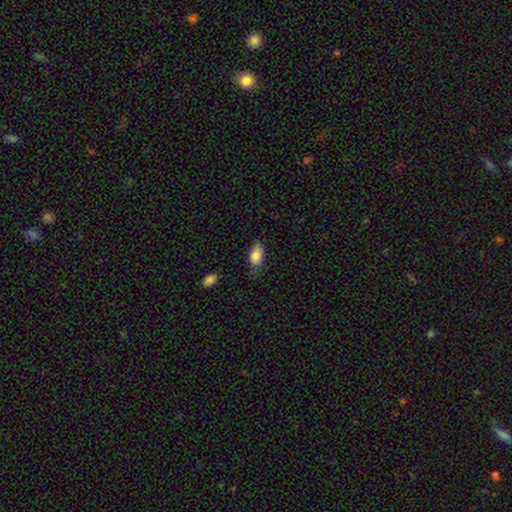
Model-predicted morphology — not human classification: smooth-or-featured: smooth: 85% | featured or disk: 8% | star or artifact: 7%
  how-rounded: in between: 91% | round: 5% | cigar-shaped: 4%
  merging: none: 65% | minor disturbance: 27% | major disturbance: 6% | merger: 2%